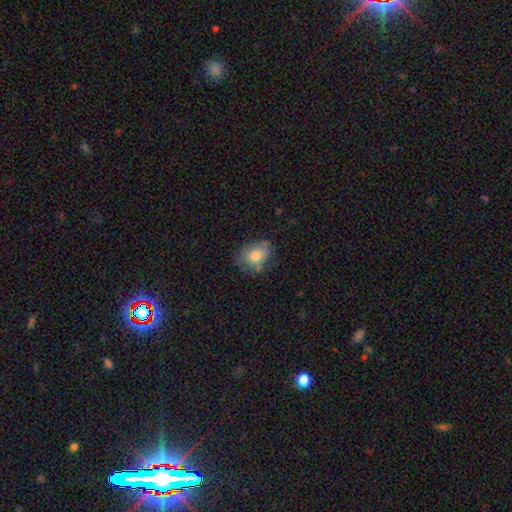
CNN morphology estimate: type=smooth (73%); roundness=in between (72%); merging=none (61%).